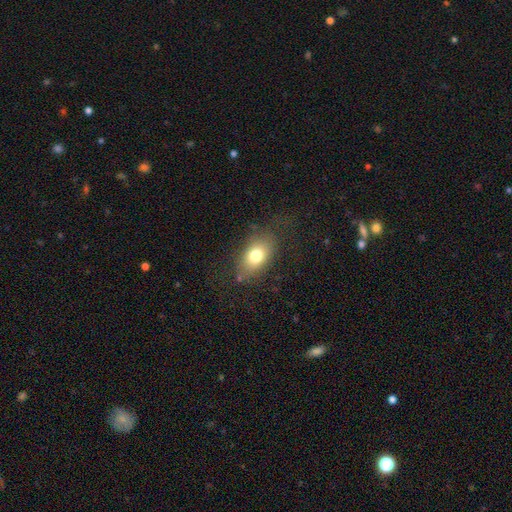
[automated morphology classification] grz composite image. It shows a smooth galaxy with no disk features (75%) that is in between round and cigar-shaped (84%). Merging: none (74%).